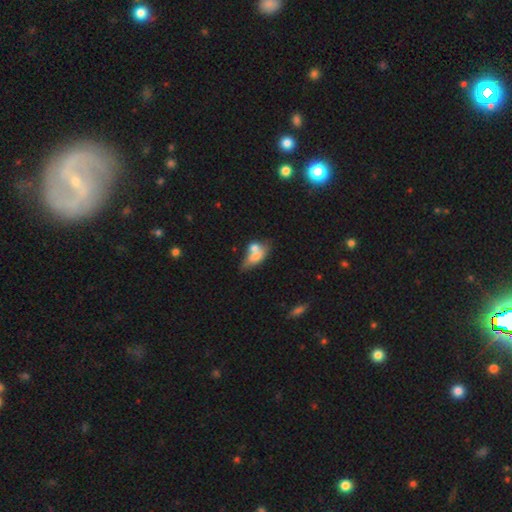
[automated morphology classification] smooth_or_featured: smooth (p=0.64) [alt: featured or disk p=0.27]
how_rounded: in between (p=0.76) [alt: cigar-shaped p=0.13]
merging: merger (p=0.46) [alt: none p=0.30]